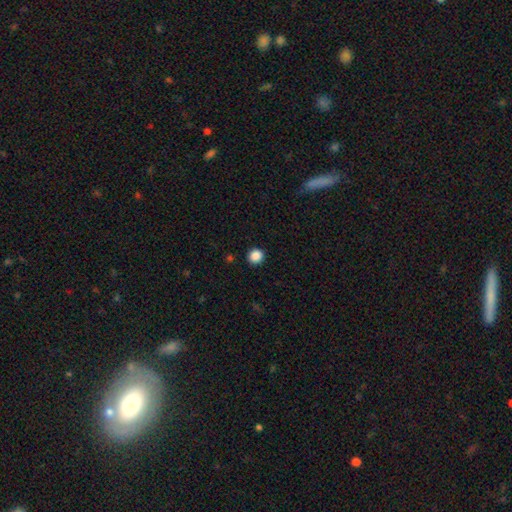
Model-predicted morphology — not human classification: This appears to be a smooth galaxy with no disk features (88%) that is round (90%). Merging: none (92%).